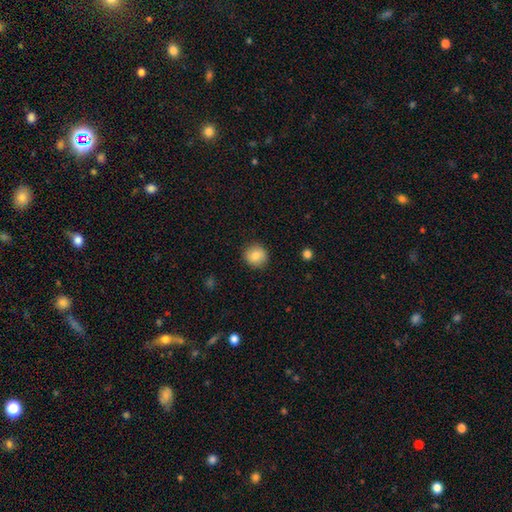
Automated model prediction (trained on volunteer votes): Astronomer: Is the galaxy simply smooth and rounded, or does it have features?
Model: smooth — 82%.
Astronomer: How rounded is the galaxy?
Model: round — 90%.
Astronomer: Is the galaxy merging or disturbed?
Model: none — 88%.